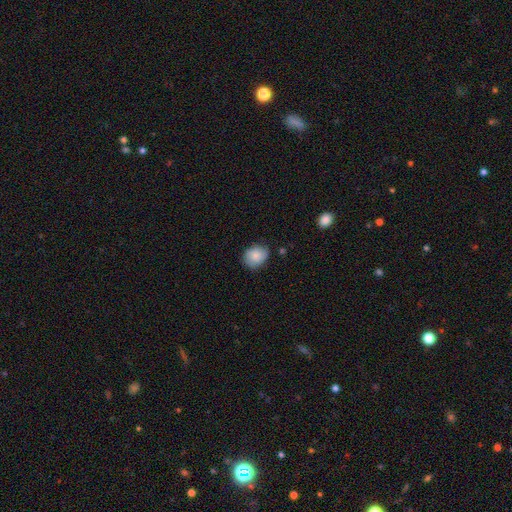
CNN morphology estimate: smooth 81%, featured or disk 11%, star or artifact 8%. Down the decision tree: how rounded — round (58%); merging — none (73%).